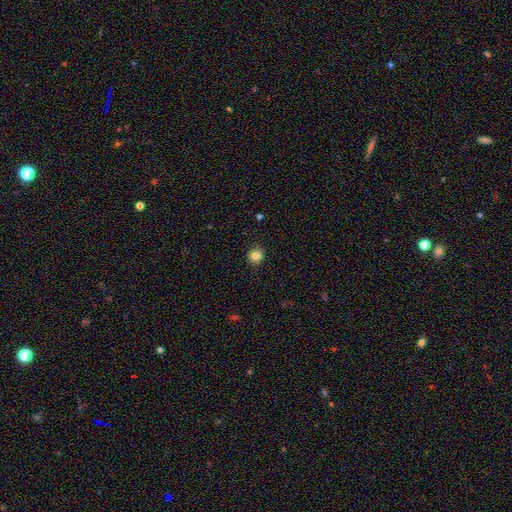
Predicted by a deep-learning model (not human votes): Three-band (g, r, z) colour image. It shows a smooth galaxy with no disk features (83%) that is round (91%). Merging: none (91%).